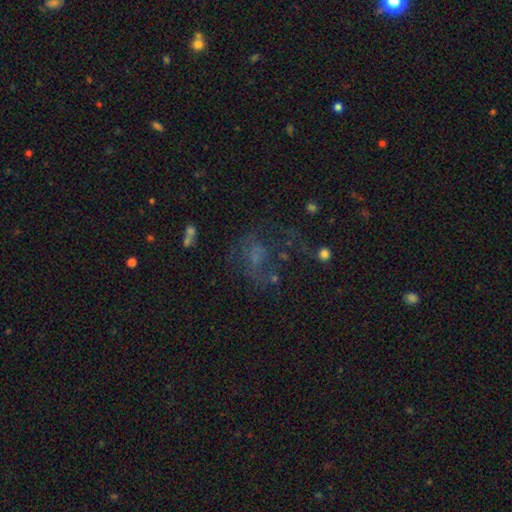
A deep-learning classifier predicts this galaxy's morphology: smooth_or_featured: featured or disk (p=0.41) [alt: smooth p=0.30]
merging: none (p=0.40) [alt: major disturbance p=0.36]